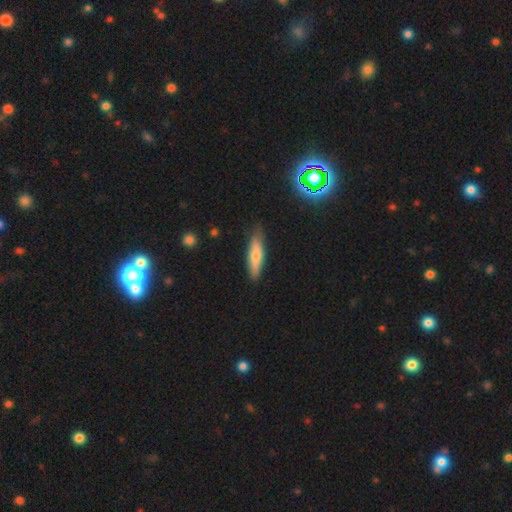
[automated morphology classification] Overall: smooth (64%; featured or disk 30%). How rounded: cigar-shaped (67%; in between 31%). Merging: none (80%).